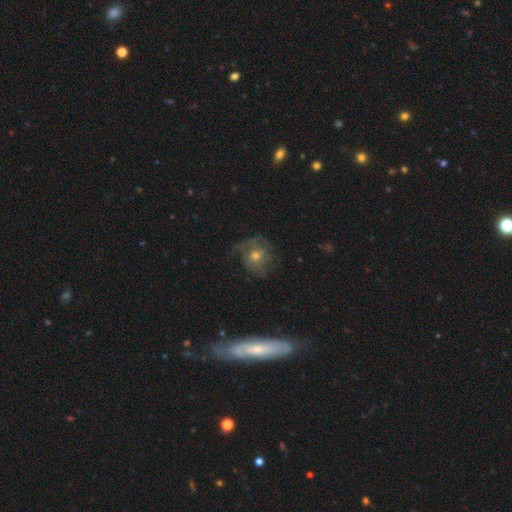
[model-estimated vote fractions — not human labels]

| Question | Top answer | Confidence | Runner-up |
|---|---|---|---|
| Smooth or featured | featured or disk | 60% | smooth (28%) |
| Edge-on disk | no | 94% | yes (6%) |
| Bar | no | 78% | weak (18%) |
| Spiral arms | yes | 79% | no (21%) |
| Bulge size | moderate | 59% | small (30%) |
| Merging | none | 62% | minor disturbance (19%) |